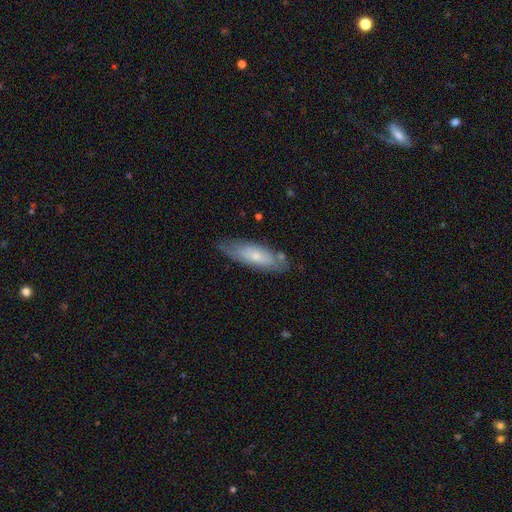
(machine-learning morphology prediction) A smooth galaxy with no disk features (56%) that is in between round and cigar-shaped (51%). Merging: none (72%).